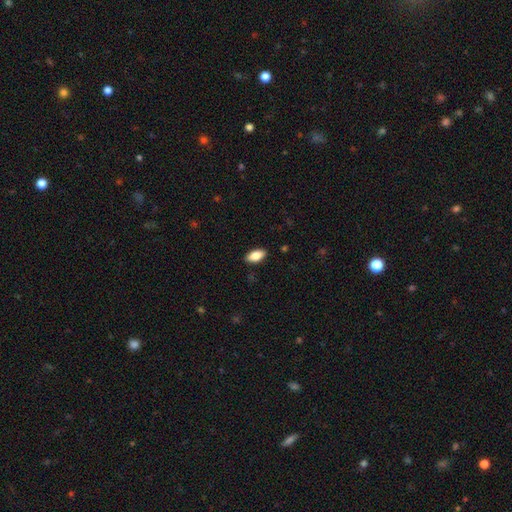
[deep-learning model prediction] smooth_or_featured: smooth (p=0.83) [alt: featured or disk p=0.10]
how_rounded: in between (p=0.91) [alt: cigar-shaped p=0.07]
merging: none (p=0.89) [alt: minor disturbance p=0.09]